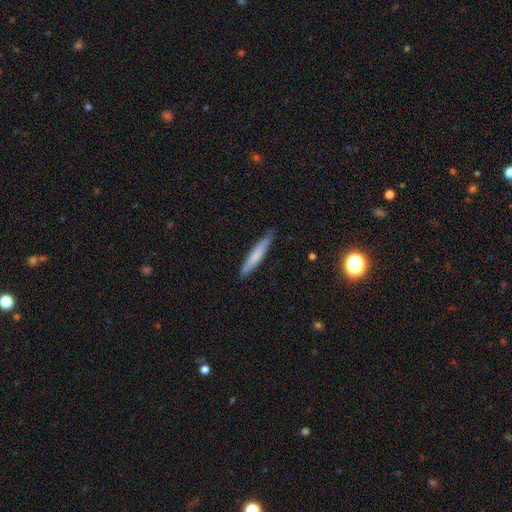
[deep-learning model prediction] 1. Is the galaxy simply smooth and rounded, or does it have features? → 69% smooth, 25% featured or disk, 6% star or artifact.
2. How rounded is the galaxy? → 92% cigar-shaped, 6% in between, 1% round.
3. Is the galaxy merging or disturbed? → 82% none, 15% minor disturbance, 2% major disturbance, 1% merger.